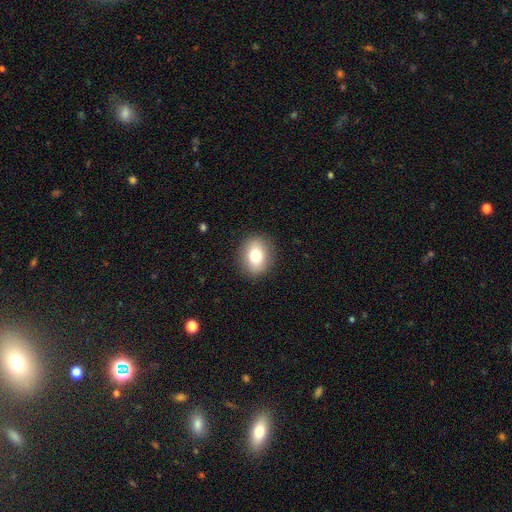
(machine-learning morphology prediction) The model was most divided on "how rounded": in between: 52%, round: 47%, cigar-shaped: 1%. More confident: merging — none (88%); smooth or featured — smooth (78%).